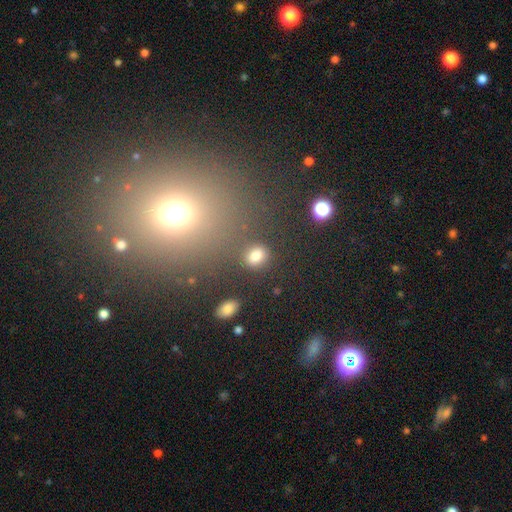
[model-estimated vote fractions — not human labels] Smooth or featured? Predicted: smooth (p=0.81). How rounded? Predicted: in between (p=0.54). Merging? Predicted: none (p=0.79).